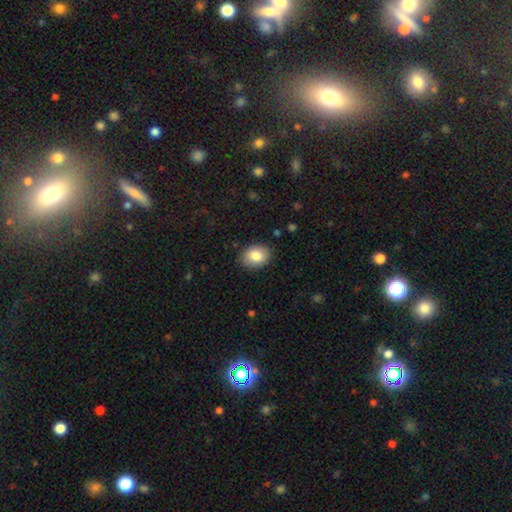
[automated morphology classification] Q: Smooth or featured?
A: smooth (84%); runner-up: featured or disk (9%)
Q: How rounded?
A: in between (71%); runner-up: round (28%)
Q: Merging?
A: none (86%); runner-up: minor disturbance (10%)